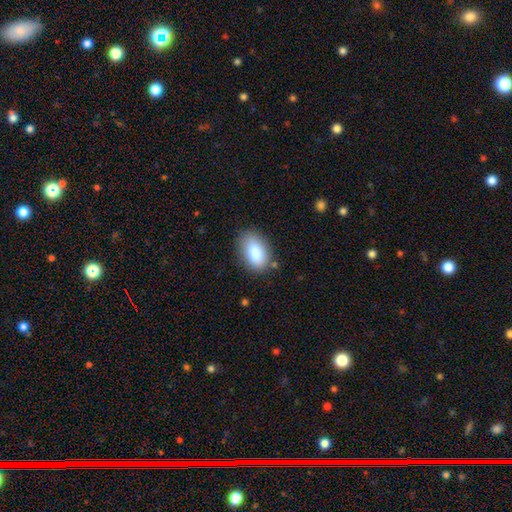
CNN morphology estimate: type=smooth (85%); roundness=in between (92%); merging=none (80%).